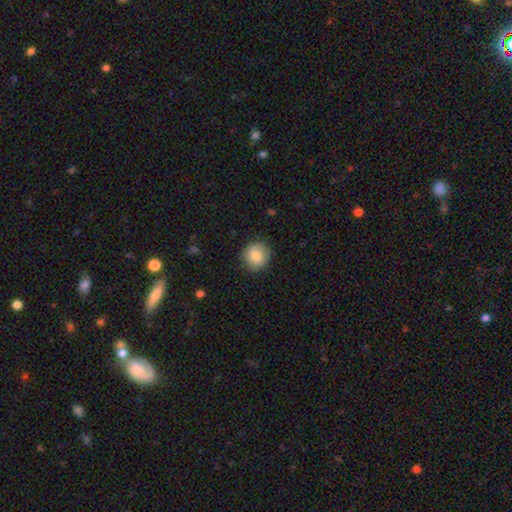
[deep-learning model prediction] smooth-or-featured: smooth: 83% | featured or disk: 9% | star or artifact: 8%
  how-rounded: round: 90% | in between: 9% | cigar-shaped: 1%
  merging: none: 87% | minor disturbance: 10% | major disturbance: 2% | merger: 1%